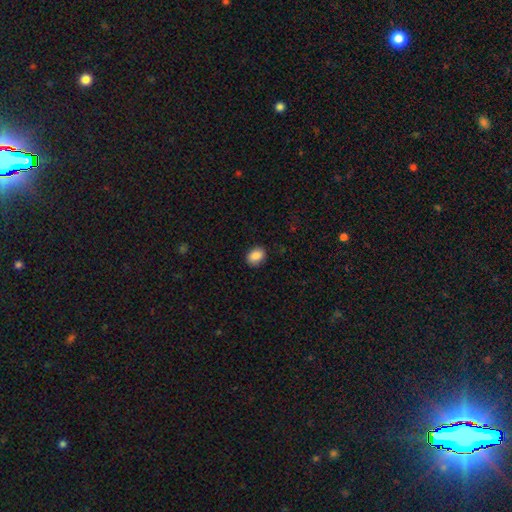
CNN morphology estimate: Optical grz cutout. It shows a smooth galaxy with no disk features (88%) that is in between round and cigar-shaped (66%). Merging: none (87%).